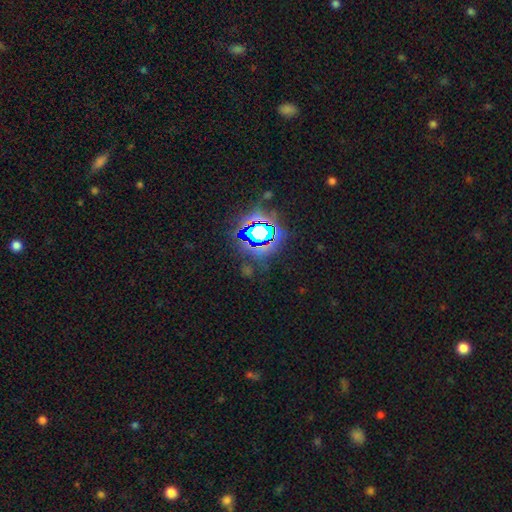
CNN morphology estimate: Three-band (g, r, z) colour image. It shows a star or artifact, not a galaxy (83%).